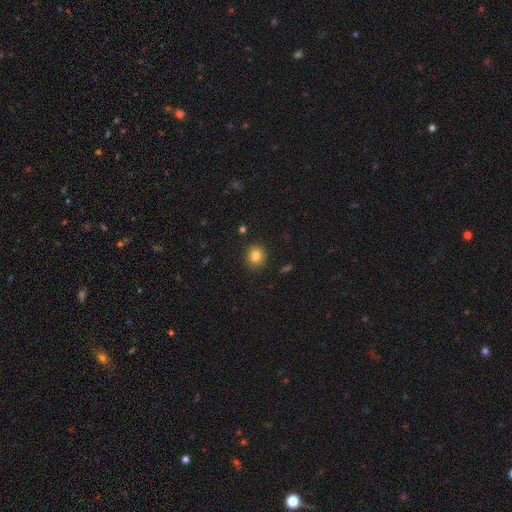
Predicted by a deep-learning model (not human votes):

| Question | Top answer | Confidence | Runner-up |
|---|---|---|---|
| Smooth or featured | smooth | 83% | star or artifact (11%) |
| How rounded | round | 80% | in between (19%) |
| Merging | none | 90% | minor disturbance (7%) |